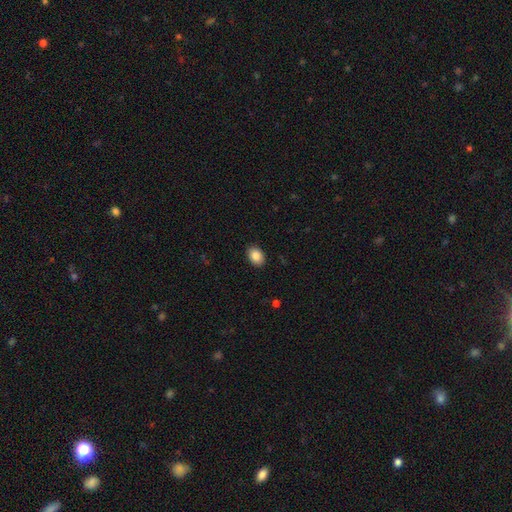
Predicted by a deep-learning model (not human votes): The model was most divided on "how rounded": in between: 79%, round: 20%, cigar-shaped: 1%. More confident: merging — none (90%); smooth or featured — smooth (87%).